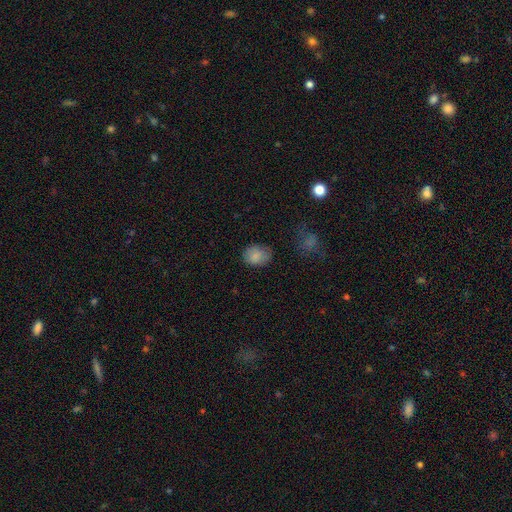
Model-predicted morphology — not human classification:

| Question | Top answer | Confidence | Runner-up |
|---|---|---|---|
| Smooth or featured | smooth | 85% | star or artifact (9%) |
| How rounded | in between | 63% | round (36%) |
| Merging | none | 74% | minor disturbance (20%) |